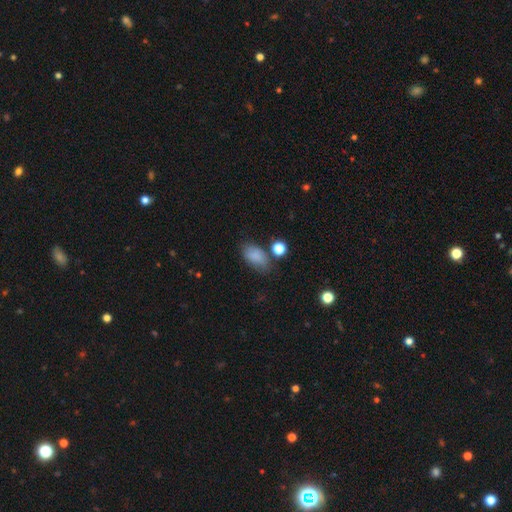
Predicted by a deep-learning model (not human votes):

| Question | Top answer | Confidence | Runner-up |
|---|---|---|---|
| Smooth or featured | smooth | 82% | star or artifact (10%) |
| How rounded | in between | 89% | round (9%) |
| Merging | none | 63% | minor disturbance (22%) |